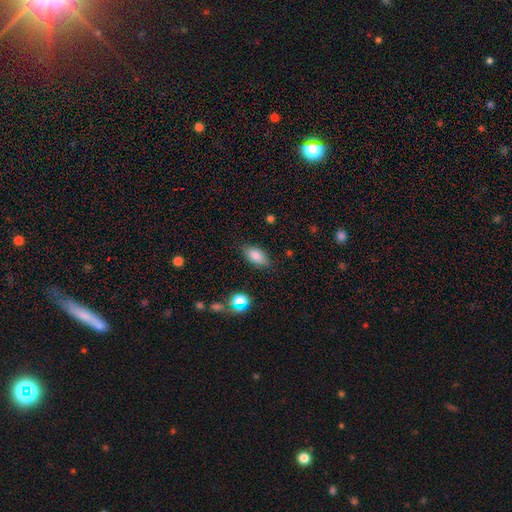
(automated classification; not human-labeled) Morphology: type=smooth (82%); roundness=in between (89%); merging=none (81%).